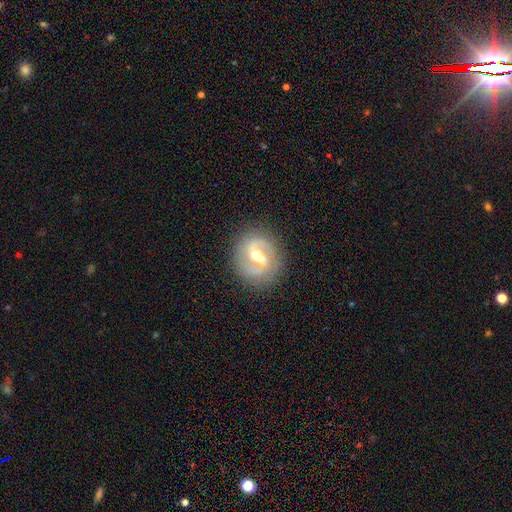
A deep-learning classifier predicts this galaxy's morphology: This is likely a featured or disk galaxy (80%). It is clearly not viewed edge-on (95%). Bar: possibly strong (50%). Spiral arm pattern: clearly yes (81%). Spiral arm count: clearly 2 (83%). Spiral winding: possibly medium (45%). Central bulge: likely moderate (67%). Merging: clearly none (84%).